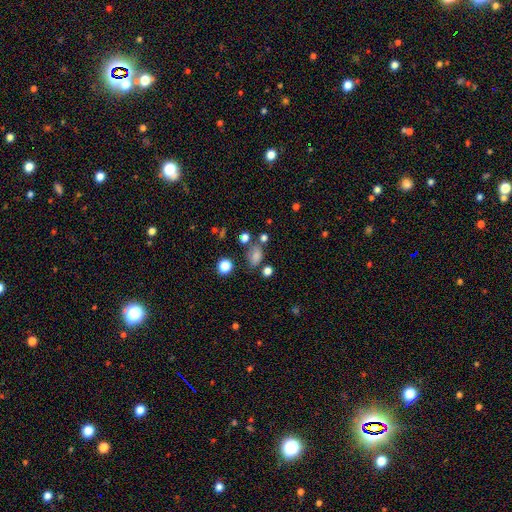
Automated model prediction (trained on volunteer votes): This appears to be a smooth galaxy with no disk features (73%) that is in between round and cigar-shaped (74%). Merging: none (60%).